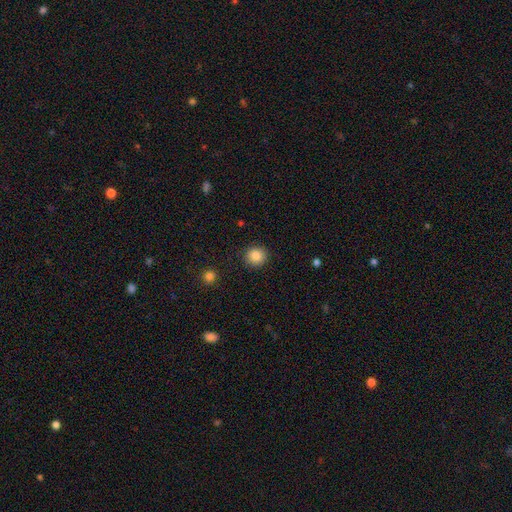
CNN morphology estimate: A smooth galaxy with no disk features (84%) that is round (90%).

Vote fractions:
- Smooth or featured? smooth: 84% / star or artifact: 10% / featured or disk: 6%
- How rounded? round: 90% / in between: 9% / cigar-shaped: 1%
- Merging? none: 91% / minor disturbance: 6% / major disturbance: 2% / merger: 1%